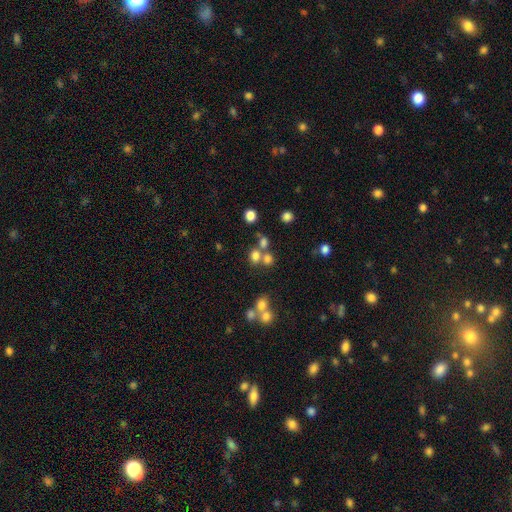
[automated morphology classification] Smooth or featured?
  - smooth: 69% *
  - star or artifact: 19%
  - featured or disk: 12%
How rounded?
  - round: 76% *
  - in between: 23%
  - cigar-shaped: 1%
Merging?
  - none: 52% *
  - merger: 34%
  - minor disturbance: 9%
  - major disturbance: 5%